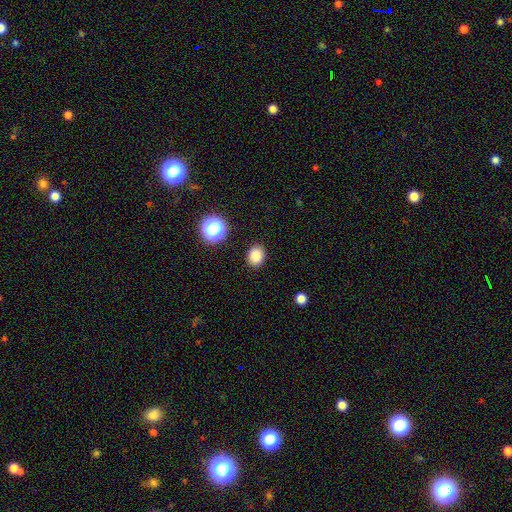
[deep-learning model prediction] Morphology: type=smooth (84%); roundness=round (50%); merging=none (88%).